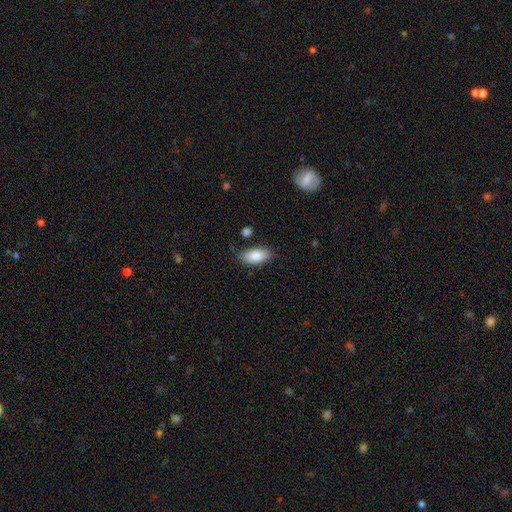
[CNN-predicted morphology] smooth-or-featured: smooth: 85% | featured or disk: 8% | star or artifact: 6%
  how-rounded: in between: 90% | cigar-shaped: 7% | round: 3%
  merging: none: 81% | minor disturbance: 14% | major disturbance: 3% | merger: 3%